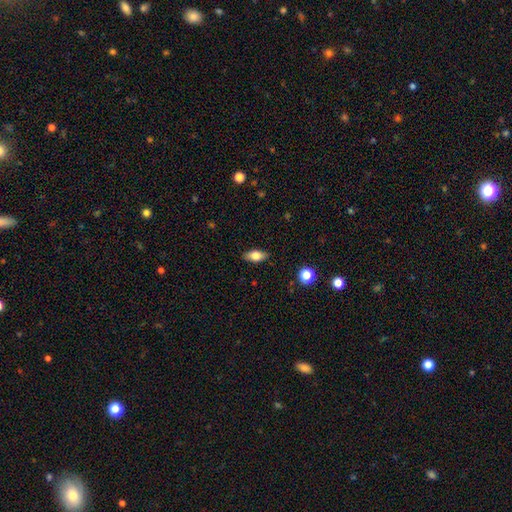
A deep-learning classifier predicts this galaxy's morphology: Overall: smooth (76%). How rounded: in between (85%). Merging: none (86%).